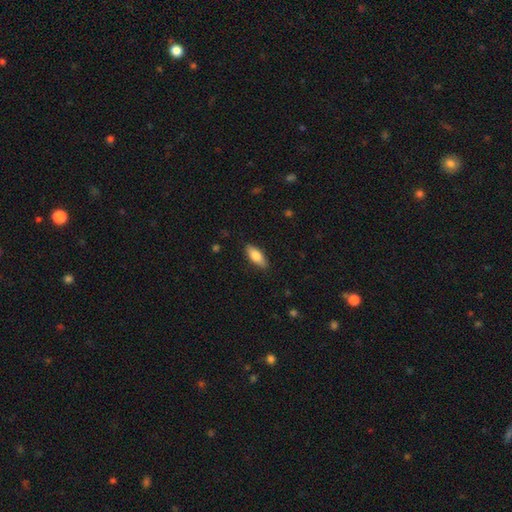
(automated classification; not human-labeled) Smooth or featured? Predicted: smooth (p=0.77). How rounded? Predicted: in between (p=0.75). Merging? Predicted: none (p=0.87).